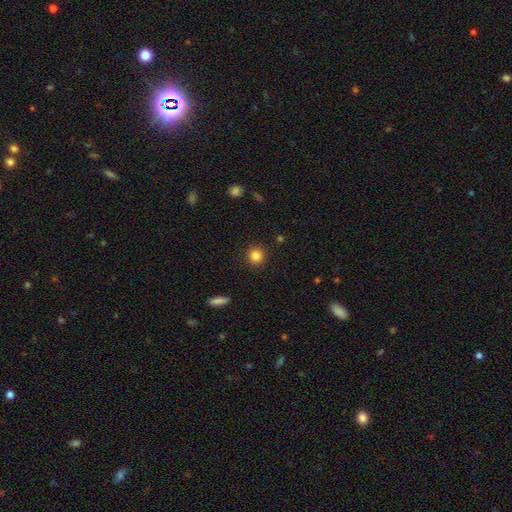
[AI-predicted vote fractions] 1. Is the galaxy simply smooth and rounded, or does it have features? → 84% smooth, 11% star or artifact, 5% featured or disk.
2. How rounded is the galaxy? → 92% round, 6% in between, 1% cigar-shaped.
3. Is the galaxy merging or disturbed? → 92% none, 5% minor disturbance, 2% major disturbance, 1% merger.